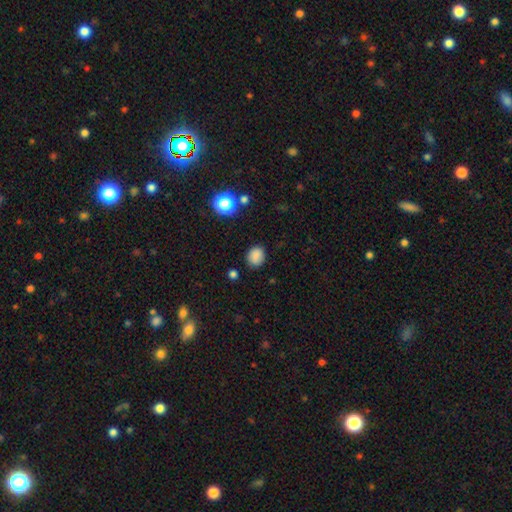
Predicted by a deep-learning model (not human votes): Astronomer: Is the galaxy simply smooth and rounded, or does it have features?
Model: smooth — 84%.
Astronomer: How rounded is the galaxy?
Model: round — 64%.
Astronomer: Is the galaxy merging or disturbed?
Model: none — 81%.